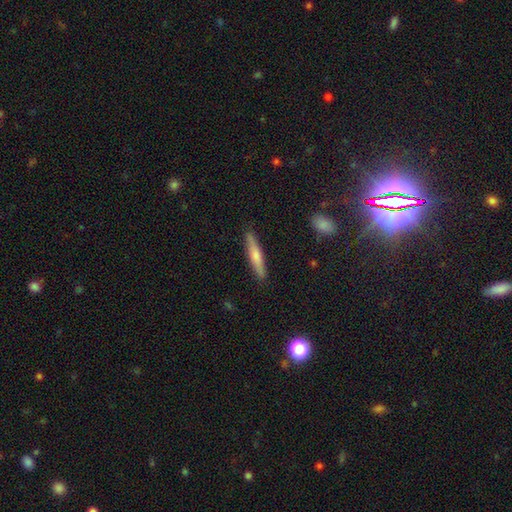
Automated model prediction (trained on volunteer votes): smooth_or_featured: smooth (p=0.59) [alt: featured or disk p=0.35]
how_rounded: cigar-shaped (p=0.91) [alt: in between p=0.08]
merging: none (p=0.89) [alt: minor disturbance p=0.08]